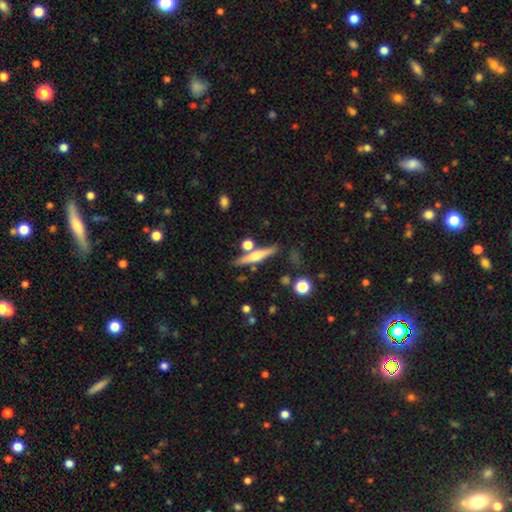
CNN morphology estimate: This is possibly a featured or disk galaxy (53%). It is clearly viewed edge-on (95%). Edge-on bulge: likely rounded (79%). Merging: likely none (77%).